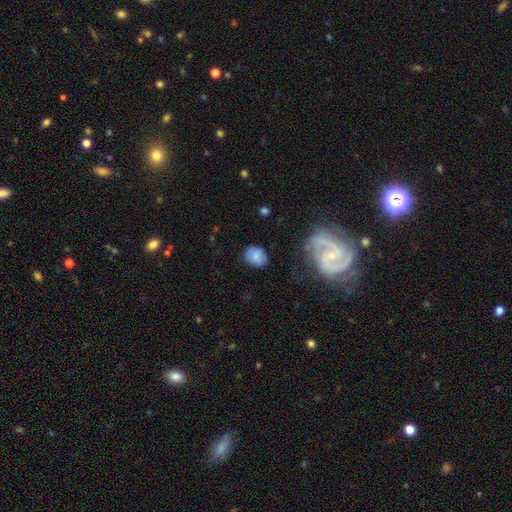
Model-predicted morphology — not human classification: Q: Smooth or featured?
A: smooth (78%); runner-up: featured or disk (13%)
Q: How rounded?
A: round (50%); runner-up: in between (49%)
Q: Merging?
A: none (77%); runner-up: minor disturbance (16%)